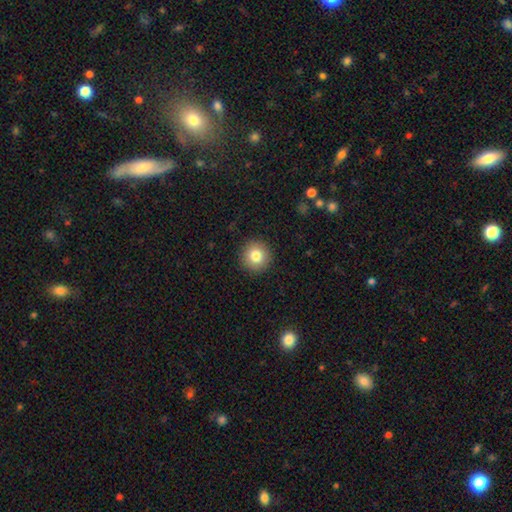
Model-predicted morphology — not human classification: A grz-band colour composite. It shows a smooth galaxy with no disk features (81%) that is round (94%). Merging: none (92%).